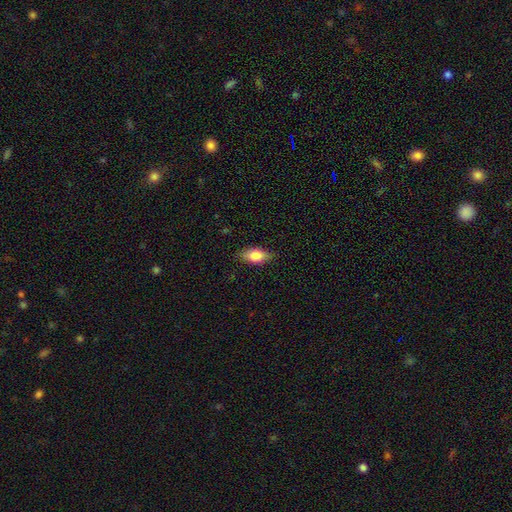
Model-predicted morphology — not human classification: This appears to be a smooth galaxy with no disk features (79%) that is in between round and cigar-shaped (87%). Merging: none (83%).